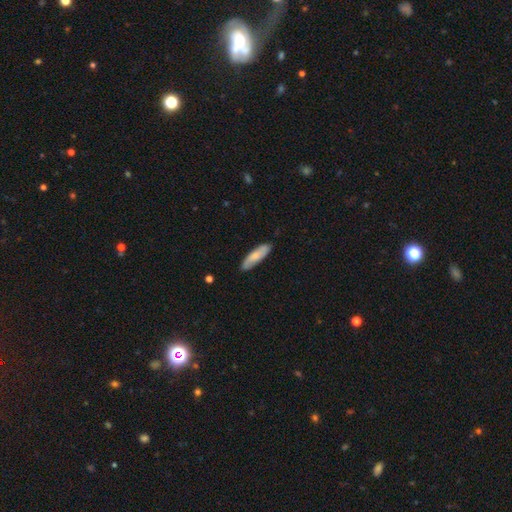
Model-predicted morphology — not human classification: A smooth galaxy with no disk features (70%) that is cigar-shaped (58%).

Vote fractions:
- Smooth or featured? smooth: 70% / featured or disk: 25% / star or artifact: 5%
- How rounded? cigar-shaped: 58% / in between: 40% / round: 2%
- Merging? none: 85% / minor disturbance: 12% / major disturbance: 2% / merger: 1%